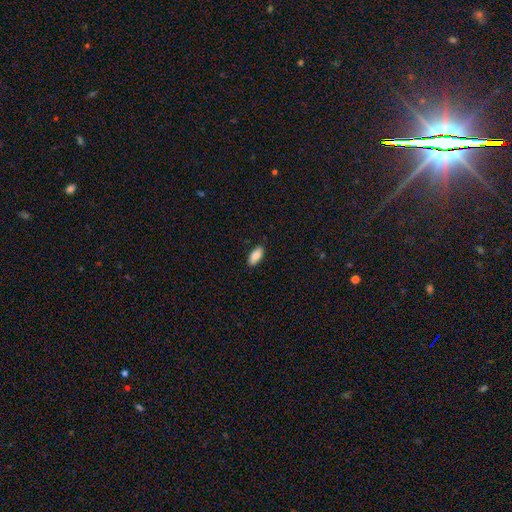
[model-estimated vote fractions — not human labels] This is clearly a smooth galaxy (87%). How rounded: clearly in between (86%). Merging: clearly none (86%).